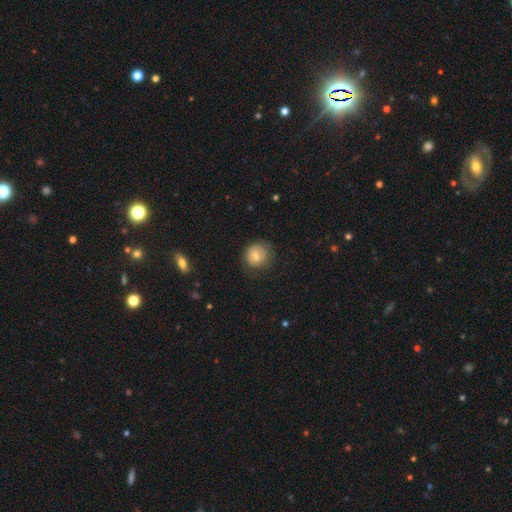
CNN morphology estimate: type=smooth (72%); roundness=round (83%); merging=none (70%).